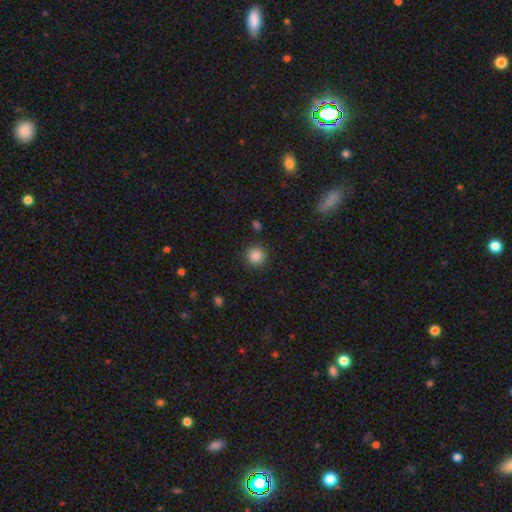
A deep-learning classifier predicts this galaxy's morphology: Q: Smooth or featured?
A: smooth (87%); runner-up: star or artifact (10%)
Q: How rounded?
A: round (94%); runner-up: in between (5%)
Q: Merging?
A: none (90%); runner-up: minor disturbance (6%)